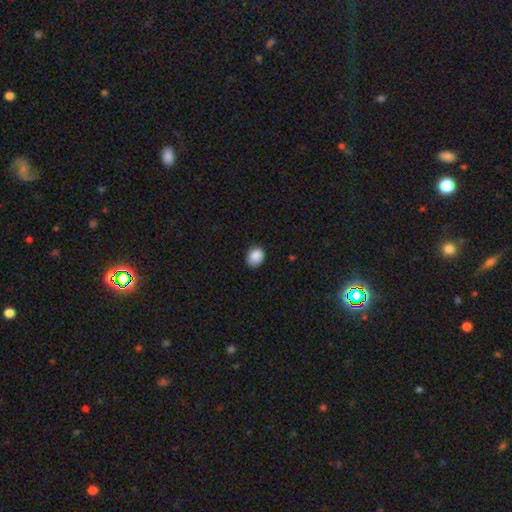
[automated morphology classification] Q: Smooth or featured?
A: smooth (89%); runner-up: star or artifact (8%)
Q: How rounded?
A: round (54%); runner-up: in between (45%)
Q: Merging?
A: none (82%); runner-up: minor disturbance (15%)